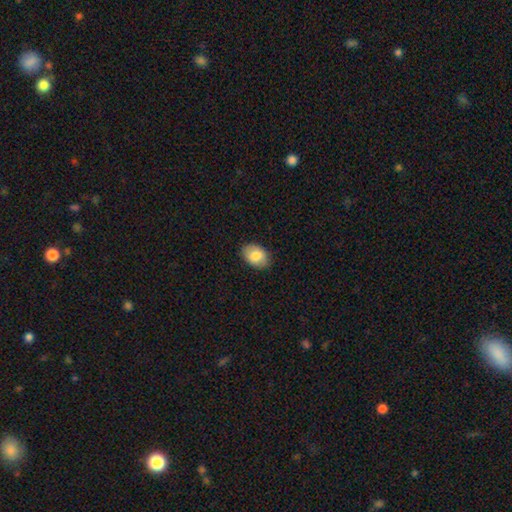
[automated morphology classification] smooth_or_featured: smooth (p=0.80) [alt: featured or disk p=0.13]
how_rounded: in between (p=0.84) [alt: round p=0.15]
merging: none (p=0.86) [alt: minor disturbance p=0.10]